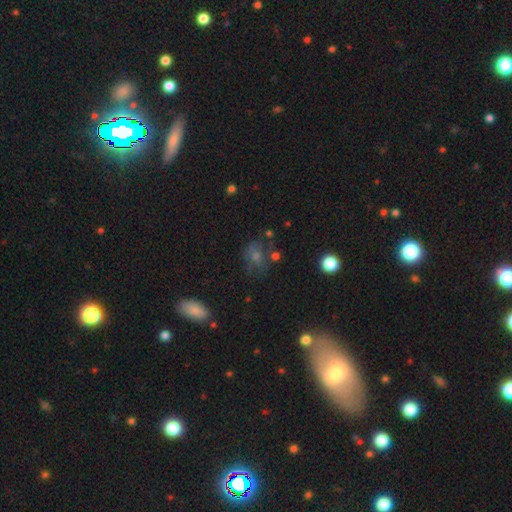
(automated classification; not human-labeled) Smooth or featured?
  - smooth: 44% *
  - star or artifact: 30%
  - featured or disk: 26%
Merging?
  - none: 64% *
  - minor disturbance: 18%
  - major disturbance: 11%
  - merger: 7%